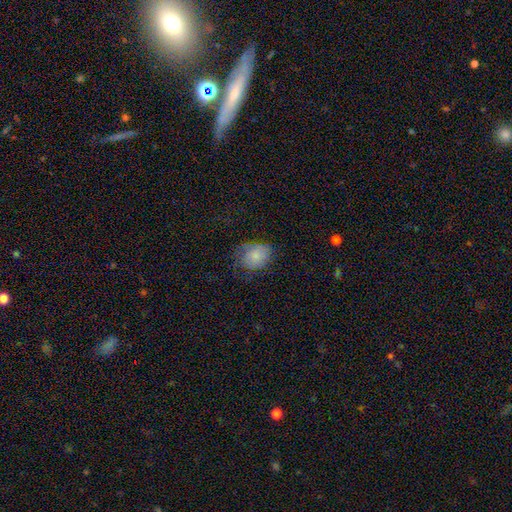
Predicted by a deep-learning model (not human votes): A smooth galaxy with no disk features (79%) that is in between round and cigar-shaped (61%). Merging: none (52%).